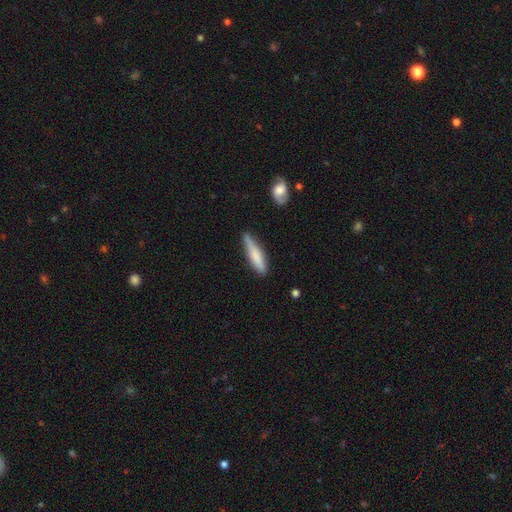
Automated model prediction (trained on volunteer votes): The model was most divided on "merging": none: 72%, minor disturbance: 22%, major disturbance: 4%, merger: 3%. More confident: how rounded — cigar-shaped (81%); smooth or featured — smooth (72%).